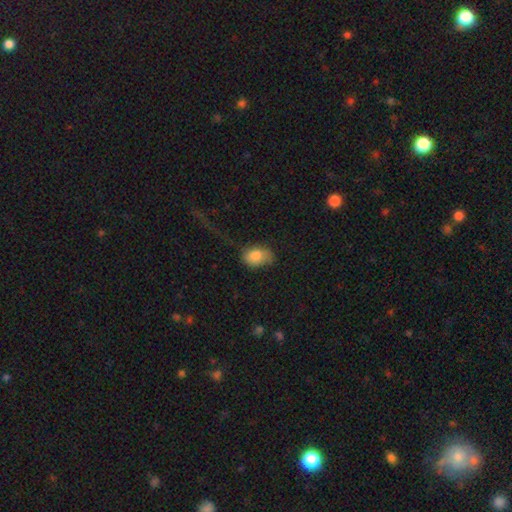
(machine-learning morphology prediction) The model was most divided on "merging": none: 49%, minor disturbance: 31%, major disturbance: 18%, merger: 3%. More confident: smooth or featured — smooth (83%); how rounded — in between (81%).